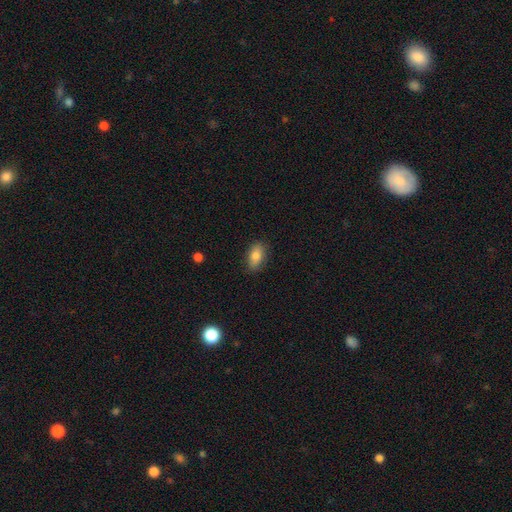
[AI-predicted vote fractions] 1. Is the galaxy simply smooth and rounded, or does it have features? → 79% smooth, 13% featured or disk, 8% star or artifact.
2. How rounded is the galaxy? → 88% in between, 9% round, 4% cigar-shaped.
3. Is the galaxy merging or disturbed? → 85% none, 12% minor disturbance, 2% major disturbance, 1% merger.